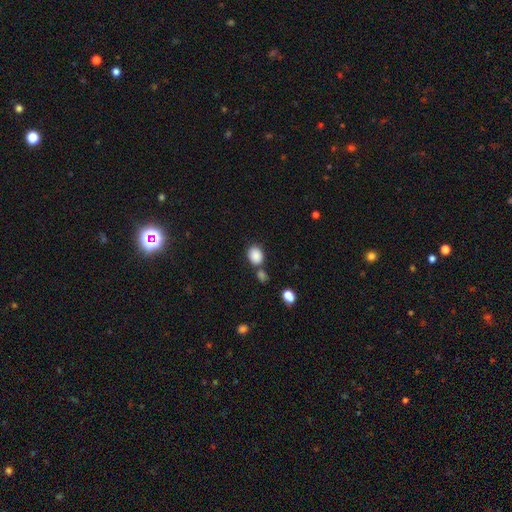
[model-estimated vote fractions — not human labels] A smooth galaxy with no disk features (87%) that is in between round and cigar-shaped (54%).

Vote fractions:
- Smooth or featured? smooth: 87% / star or artifact: 9% / featured or disk: 4%
- How rounded? in between: 54% / round: 45% / cigar-shaped: 1%
- Merging? none: 63% / merger: 19% / minor disturbance: 14% / major disturbance: 4%